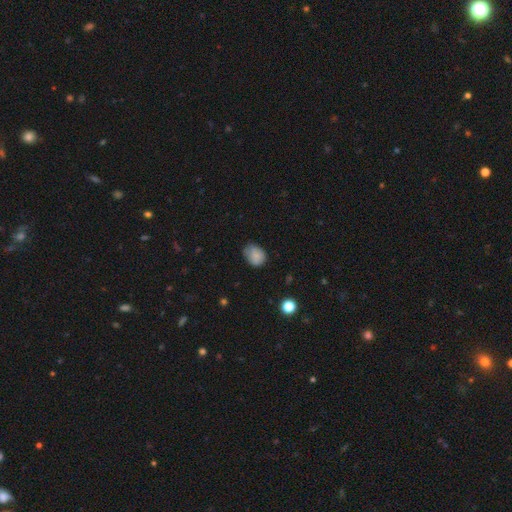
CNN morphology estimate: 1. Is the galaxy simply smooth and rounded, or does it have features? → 81% smooth, 10% star or artifact, 9% featured or disk.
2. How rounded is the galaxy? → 55% in between, 44% round, 1% cigar-shaped.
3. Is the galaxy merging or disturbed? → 59% none, 32% minor disturbance, 7% major disturbance, 2% merger.